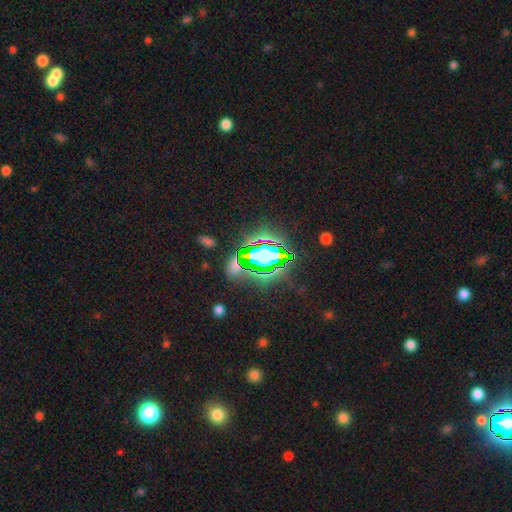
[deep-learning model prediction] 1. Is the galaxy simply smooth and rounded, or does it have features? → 68% star or artifact, 20% smooth, 12% featured or disk.